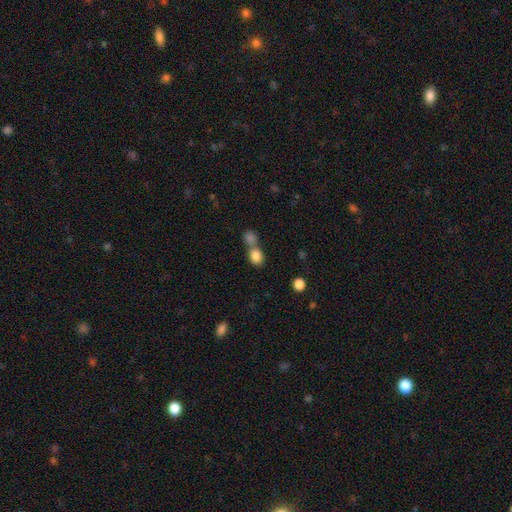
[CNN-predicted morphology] type=smooth (84%); roundness=in between (50%); merging=merger (50%).